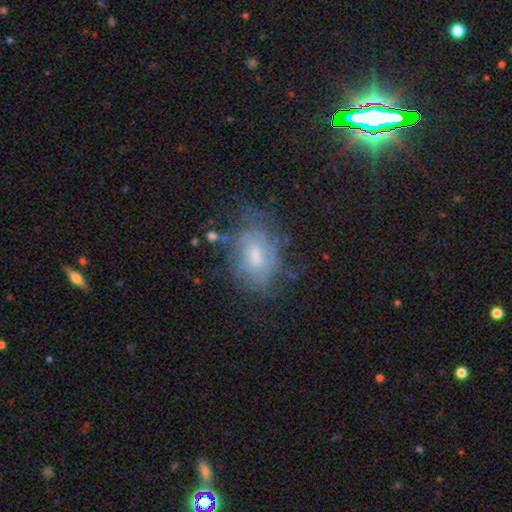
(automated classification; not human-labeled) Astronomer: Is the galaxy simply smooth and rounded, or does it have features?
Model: featured or disk — 60%.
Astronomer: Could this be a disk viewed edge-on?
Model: no — 95%.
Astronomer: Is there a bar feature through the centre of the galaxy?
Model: weak — 51% (runner-up: no, 40%).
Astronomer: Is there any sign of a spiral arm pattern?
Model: yes — 71%.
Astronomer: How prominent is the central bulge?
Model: moderate — 46% (runner-up: small, 39%).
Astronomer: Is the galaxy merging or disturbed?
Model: none — 57%.